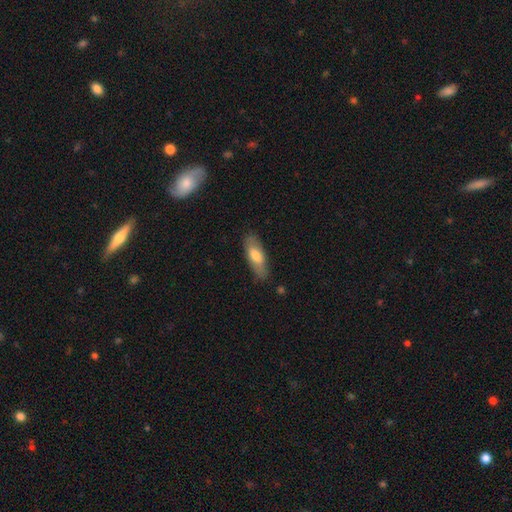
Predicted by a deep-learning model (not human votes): Smooth or featured?
  - smooth: 70% *
  - featured or disk: 24%
  - star or artifact: 6%
How rounded?
  - in between: 62% *
  - cigar-shaped: 36%
  - round: 2%
Merging?
  - none: 80% *
  - minor disturbance: 15%
  - major disturbance: 3%
  - merger: 2%